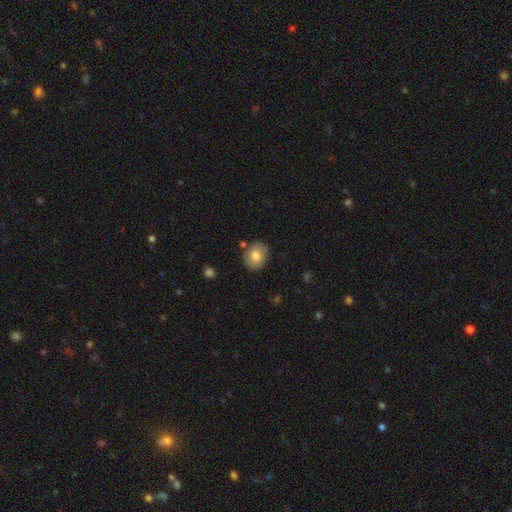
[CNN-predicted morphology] Q: Smooth or featured?
A: smooth (78%); runner-up: featured or disk (14%)
Q: How rounded?
A: round (56%); runner-up: in between (43%)
Q: Merging?
A: none (80%); runner-up: minor disturbance (13%)